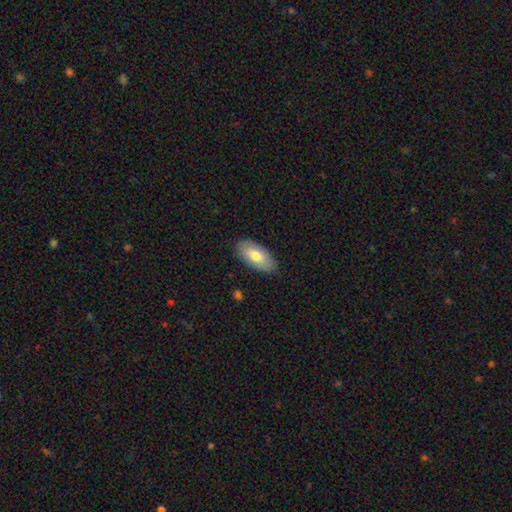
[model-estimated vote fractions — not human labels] Smooth or featured? smooth (76%)
How rounded? in between (92%)
Merging? none (86%)